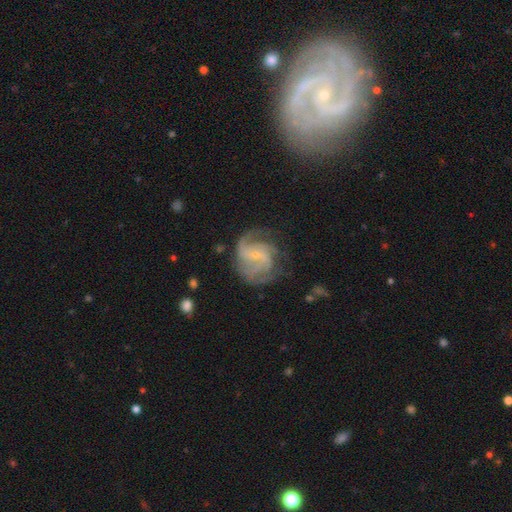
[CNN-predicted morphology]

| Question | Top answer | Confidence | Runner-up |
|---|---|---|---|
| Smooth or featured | featured or disk | 87% | smooth (8%) |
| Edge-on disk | no | 98% | yes (2%) |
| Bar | no | 47% | weak (42%) |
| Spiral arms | yes | 96% | no (4%) |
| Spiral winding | medium | 49% | tight (33%) |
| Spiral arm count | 3 | 36% | 2 (24%) |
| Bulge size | small | 77% | moderate (18%) |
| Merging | none | 62% | minor disturbance (21%) |